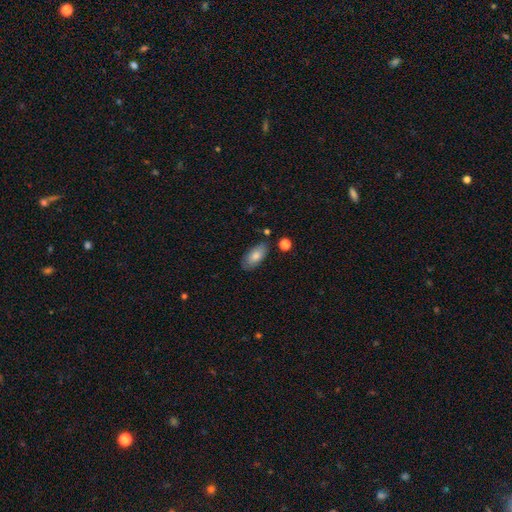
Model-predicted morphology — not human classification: This is likely a smooth galaxy (79%). How rounded: clearly in between (91%). Merging: likely none (77%).